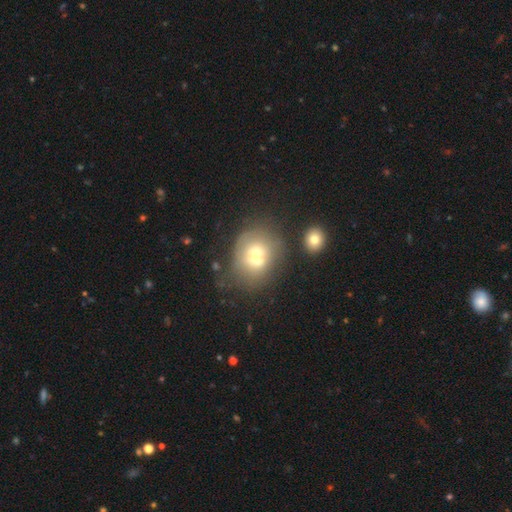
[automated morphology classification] A smooth galaxy with no disk features (59%) that is round (59%).

Vote fractions:
- Smooth or featured? smooth: 59% / featured or disk: 30% / star or artifact: 12%
- How rounded? round: 59% / in between: 40% / cigar-shaped: 1%
- Merging? merger: 36% / none: 33% / minor disturbance: 17% / major disturbance: 14%